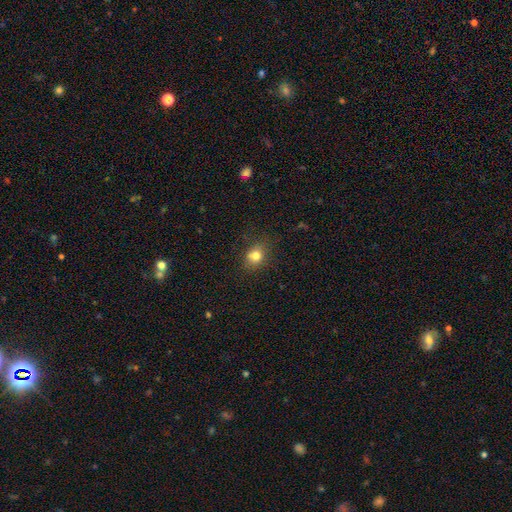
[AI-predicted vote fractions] Smooth or featured? Predicted: smooth (p=0.77). How rounded? Predicted: round (p=0.69). Merging? Predicted: none (p=0.77).